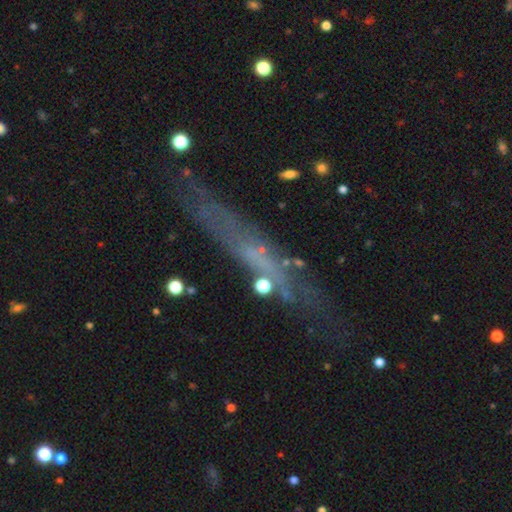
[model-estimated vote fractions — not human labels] smooth_or_featured: featured or disk (p=0.49) [alt: smooth p=0.34]
merging: none (p=0.68) [alt: minor disturbance p=0.19]